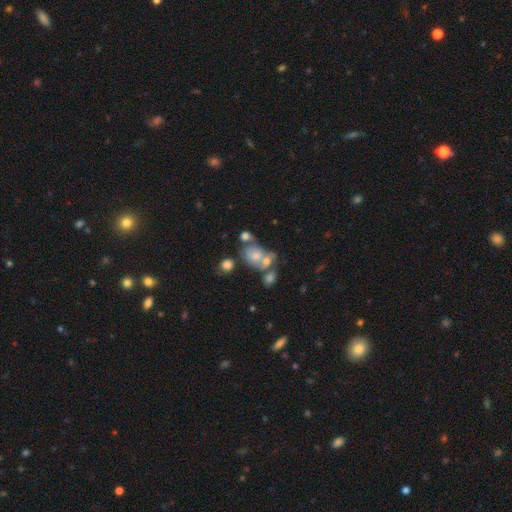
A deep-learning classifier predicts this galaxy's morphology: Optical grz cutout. It shows a featured or disk galaxy (40%, tied with smooth). Merging: merger (39%).